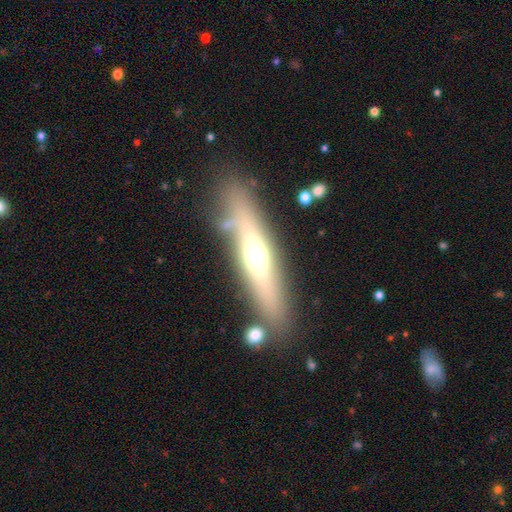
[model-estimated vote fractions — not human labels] Smooth or featured? featured or disk (56%)
Edge-on disk? yes (80%)
Merging? none (77%)